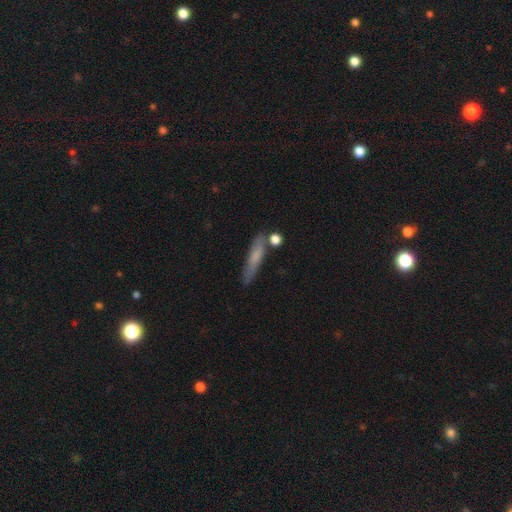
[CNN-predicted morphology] Smooth or featured: smooth — 64% (featured or disk — 28%)
How rounded: cigar-shaped — 85% (in between — 12%)
Merging: none — 70% (minor disturbance — 16%)